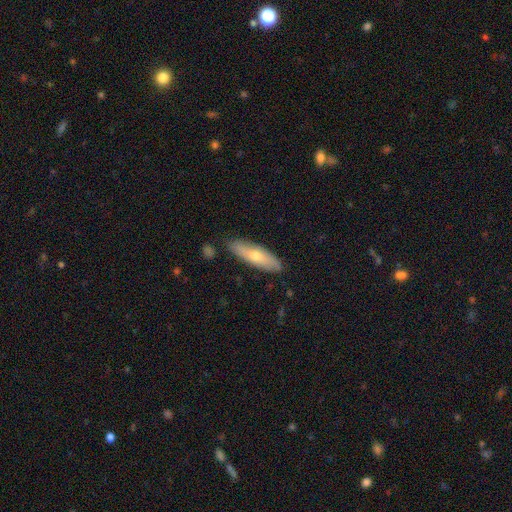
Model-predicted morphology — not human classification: The model was most divided on "how rounded": cigar-shaped: 57%, in between: 41%, round: 2%. More confident: merging — none (85%); smooth or featured — smooth (58%).